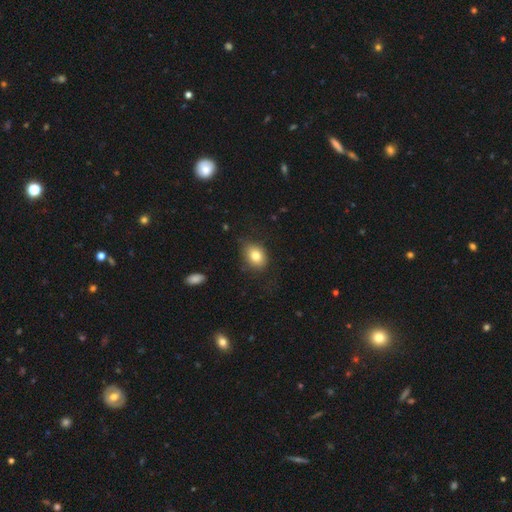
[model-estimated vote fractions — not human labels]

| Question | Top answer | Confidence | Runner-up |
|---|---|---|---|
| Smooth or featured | smooth | 79% | featured or disk (11%) |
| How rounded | in between | 63% | round (36%) |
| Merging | none | 75% | minor disturbance (18%) |